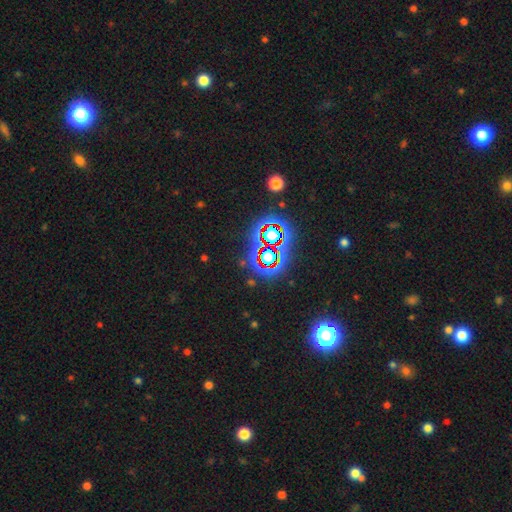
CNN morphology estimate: A star or artifact, not a galaxy (77%).

Vote fractions:
- Smooth or featured? star or artifact: 77% / smooth: 12% / featured or disk: 11%